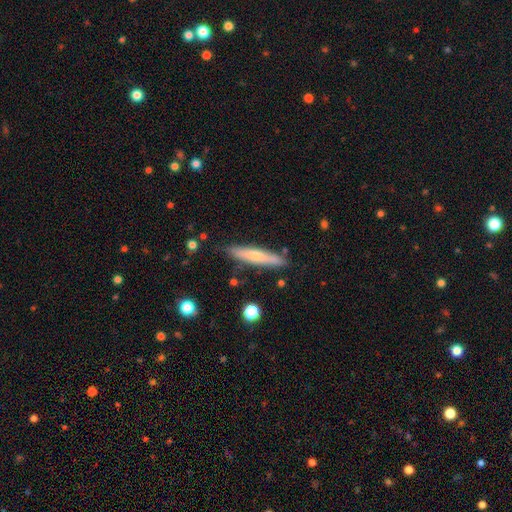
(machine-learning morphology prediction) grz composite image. It shows a smooth galaxy with no disk features (55%) that is cigar-shaped (91%). Merging: none (85%).